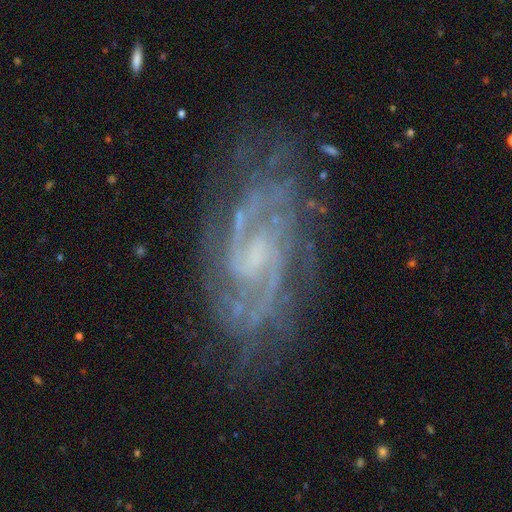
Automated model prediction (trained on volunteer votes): Morphology: type=featured or disk (89%); edge-on=no (97%); bar=weak (51%); spiral arms=yes (97%); winding=medium (45%, tied with tight); arm count=2 (55%); bulge=small (49%); merging=none (75%).